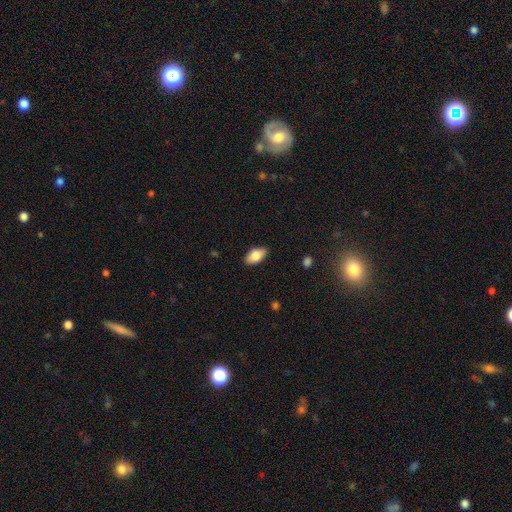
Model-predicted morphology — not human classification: smooth_or_featured: smooth (p=0.85) [alt: featured or disk p=0.09]
how_rounded: in between (p=0.94) [alt: round p=0.03]
merging: none (p=0.87) [alt: minor disturbance p=0.10]